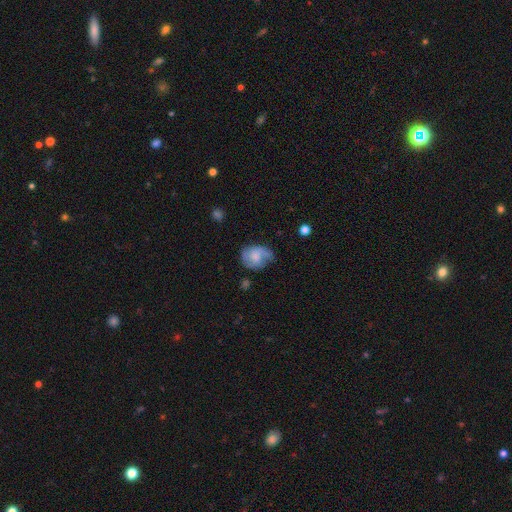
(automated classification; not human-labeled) Morphology: type=smooth (51%); roundness=in between (60%); merging=none (45%).